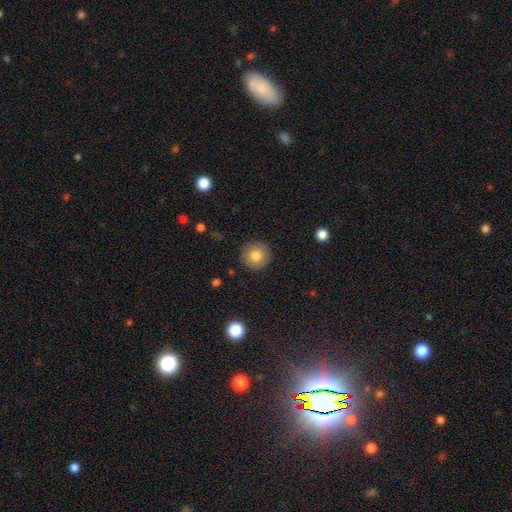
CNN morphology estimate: Smooth or featured: smooth — 81% (featured or disk — 10%)
How rounded: round — 95% (in between — 4%)
Merging: none — 90% (minor disturbance — 7%)